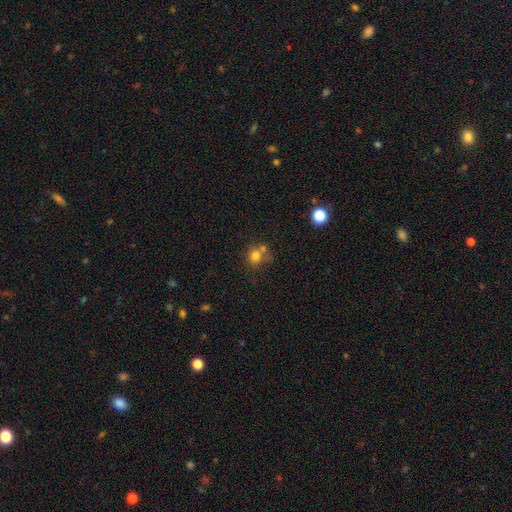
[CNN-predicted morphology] type=smooth (75%); roundness=round (78%); merging=none (47%).